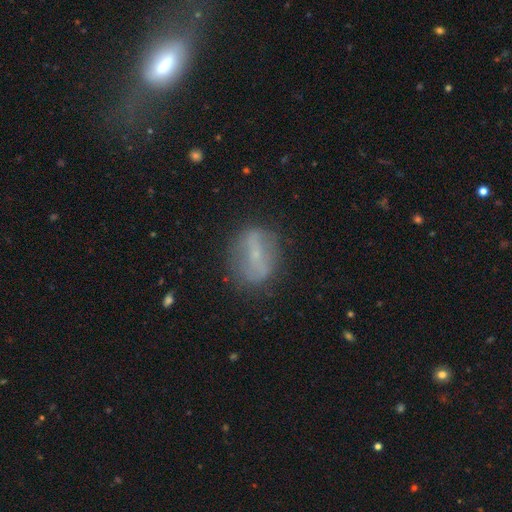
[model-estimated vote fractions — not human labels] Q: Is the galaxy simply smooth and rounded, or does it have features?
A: featured or disk — 55%.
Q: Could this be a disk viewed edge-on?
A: no — 83%.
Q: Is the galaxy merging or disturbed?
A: none — 77%.